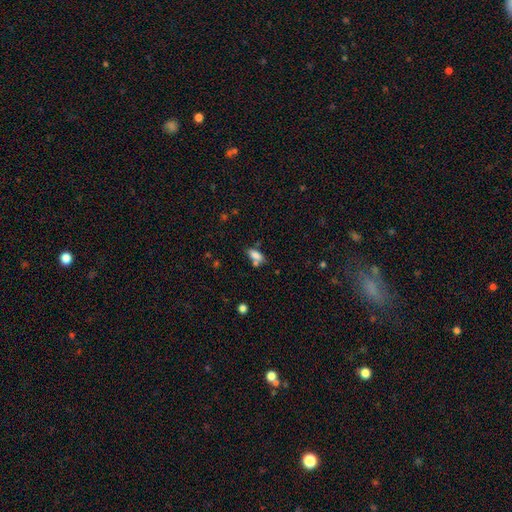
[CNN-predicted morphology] Smooth or featured: smooth — 79% (featured or disk — 11%)
How rounded: in between — 82% (cigar-shaped — 14%)
Merging: none — 53% (merger — 25%)